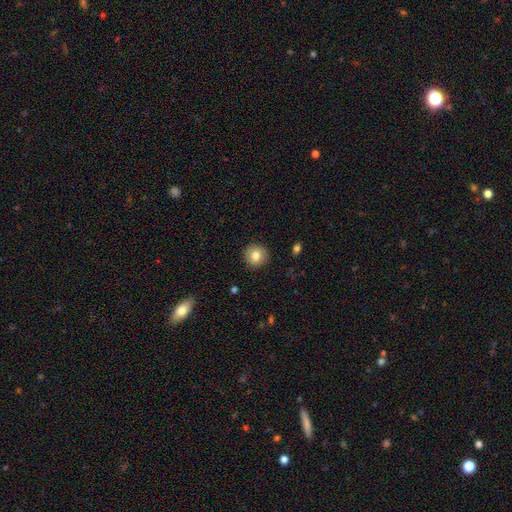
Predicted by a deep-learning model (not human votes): Smooth or featured: smooth — 81% (featured or disk — 10%)
How rounded: round — 91% (in between — 8%)
Merging: none — 91% (minor disturbance — 6%)